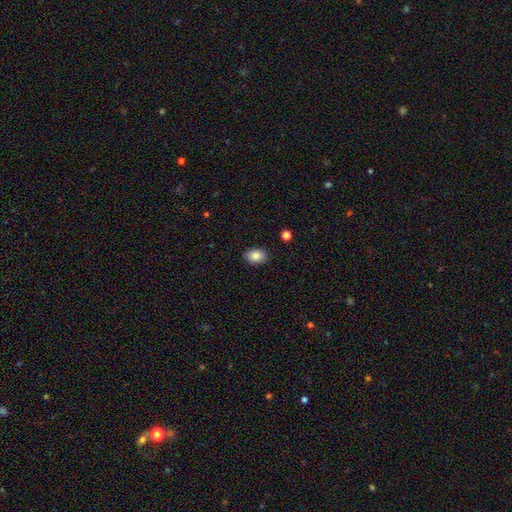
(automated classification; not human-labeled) Morphology: type=smooth (85%); roundness=in between (80%); merging=none (88%).